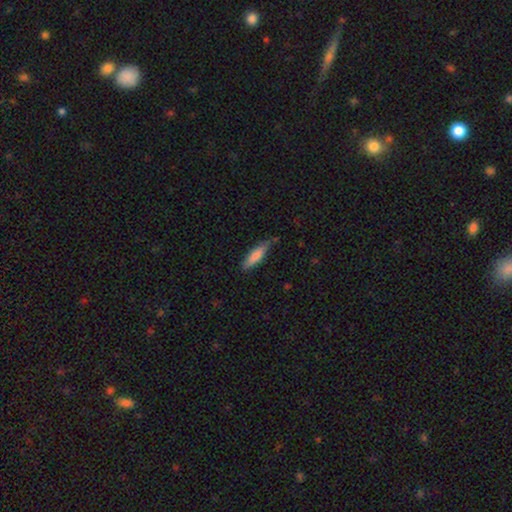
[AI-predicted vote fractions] smooth-or-featured: smooth: 77% | featured or disk: 17% | star or artifact: 6%
  how-rounded: cigar-shaped: 69% | in between: 29% | round: 2%
  merging: none: 76% | minor disturbance: 18% | major disturbance: 3% | merger: 3%